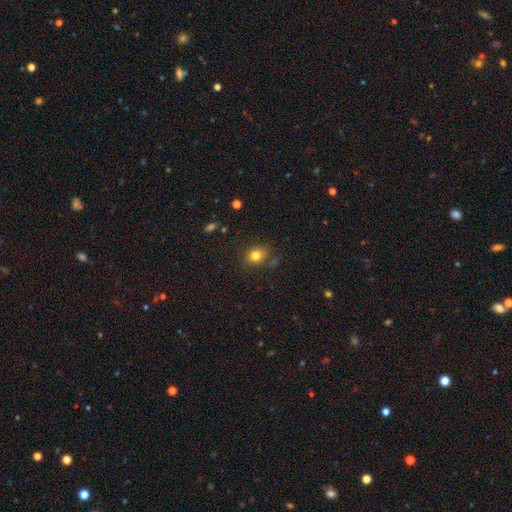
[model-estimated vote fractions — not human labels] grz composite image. It shows a smooth galaxy with no disk features (79%) that is round (67%). Merging: none (74%).